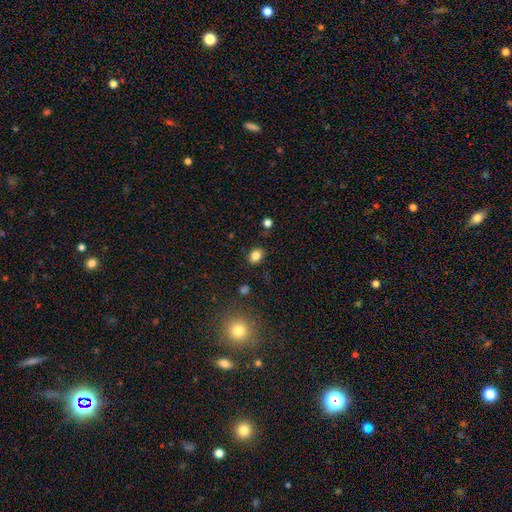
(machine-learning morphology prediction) A smooth galaxy with no disk features (83%) that is in between round and cigar-shaped (60%). Merging: none (84%).